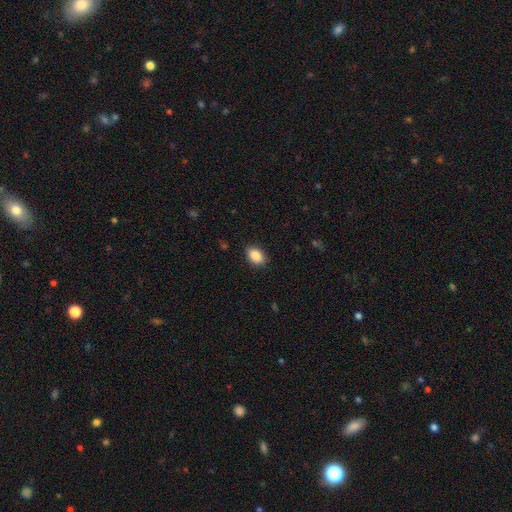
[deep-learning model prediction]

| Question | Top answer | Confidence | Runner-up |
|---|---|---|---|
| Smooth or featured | smooth | 88% | star or artifact (8%) |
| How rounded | in between | 85% | round (13%) |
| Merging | none | 88% | minor disturbance (9%) |